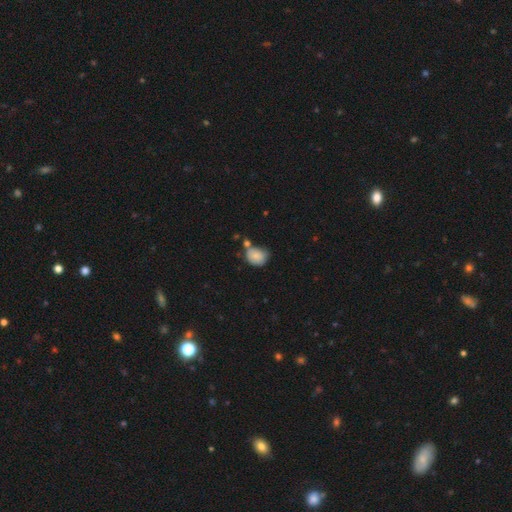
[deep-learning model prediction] Smooth or featured? smooth (83%)
How rounded? round (57%)
Merging? none (50%)